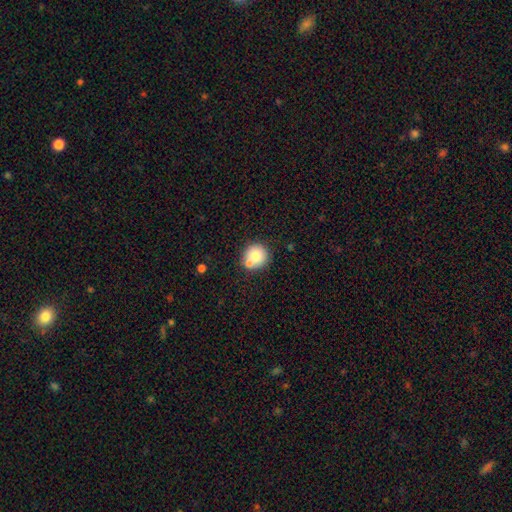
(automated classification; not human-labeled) A smooth galaxy with no disk features (78%) that is round (91%).

Vote fractions:
- Smooth or featured? smooth: 78% / featured or disk: 13% / star or artifact: 9%
- How rounded? round: 91% / in between: 9% / cigar-shaped: 1%
- Merging? none: 60% / merger: 26% / minor disturbance: 11% / major disturbance: 3%